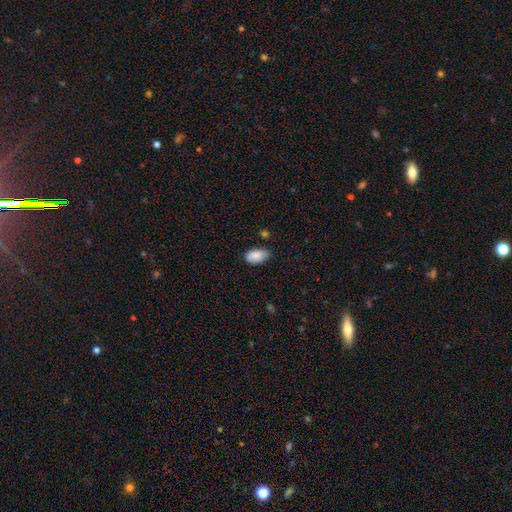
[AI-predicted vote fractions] A smooth galaxy with no disk features (88%) that is in between round and cigar-shaped (94%).

Vote fractions:
- Smooth or featured? smooth: 88% / star or artifact: 7% / featured or disk: 6%
- How rounded? in between: 94% / round: 4% / cigar-shaped: 2%
- Merging? none: 75% / minor disturbance: 20% / major disturbance: 3% / merger: 2%